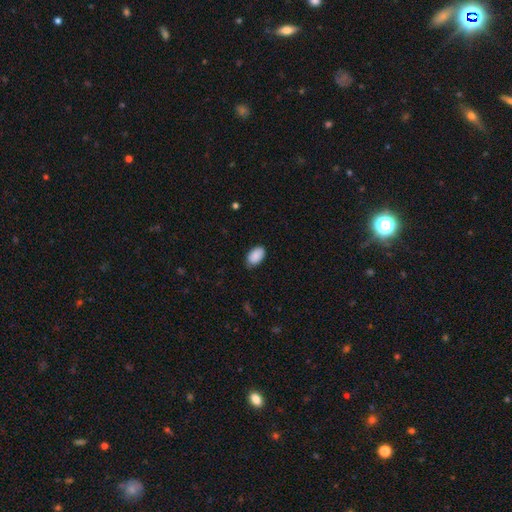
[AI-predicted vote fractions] smooth 89%, star or artifact 7%, featured or disk 4%. Down the decision tree: how rounded — in between (92%); merging — none (79%).